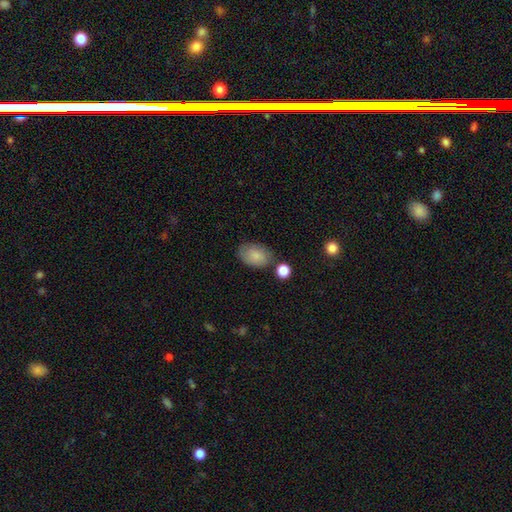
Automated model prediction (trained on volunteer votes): smooth 80%, featured or disk 12%, star or artifact 8%. Down the decision tree: how rounded — in between (83%); merging — none (70%).